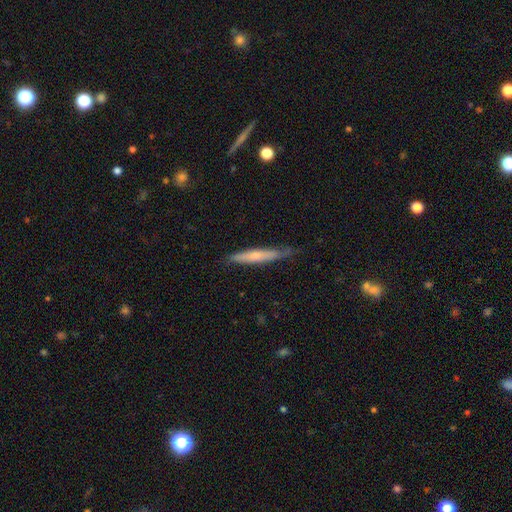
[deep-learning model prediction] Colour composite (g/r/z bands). It shows a smooth galaxy with no disk features (59%) that is cigar-shaped (93%). Merging: none (74%).